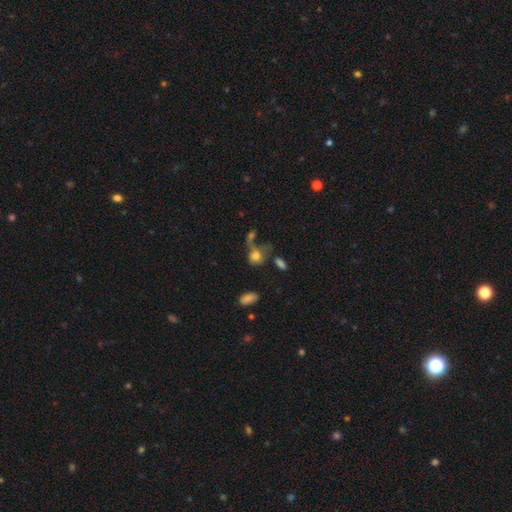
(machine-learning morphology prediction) A smooth galaxy with no disk features (73%) that is round (56%). Merging: none (31%).